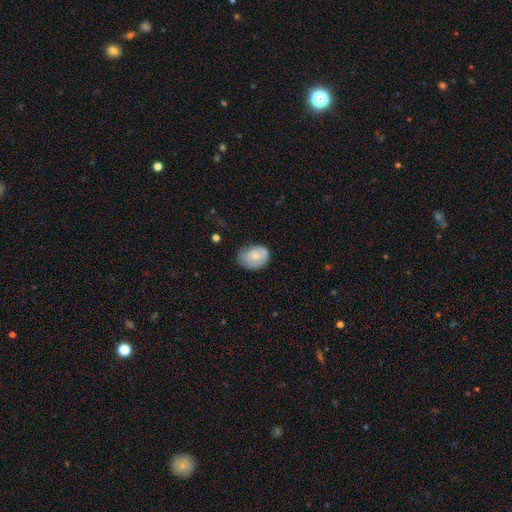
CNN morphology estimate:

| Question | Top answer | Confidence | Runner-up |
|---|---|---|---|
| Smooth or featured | smooth | 72% | featured or disk (22%) |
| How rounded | in between | 65% | round (34%) |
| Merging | none | 53% | minor disturbance (34%) |